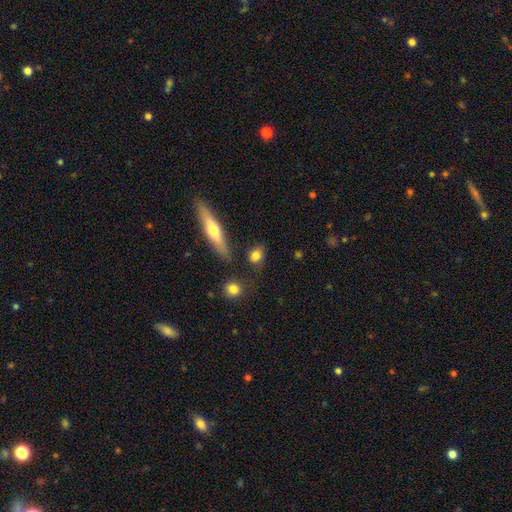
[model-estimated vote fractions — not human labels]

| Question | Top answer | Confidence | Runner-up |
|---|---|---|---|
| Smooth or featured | smooth | 80% | featured or disk (12%) |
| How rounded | round | 47% | in between (46%) |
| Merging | none | 75% | minor disturbance (14%) |